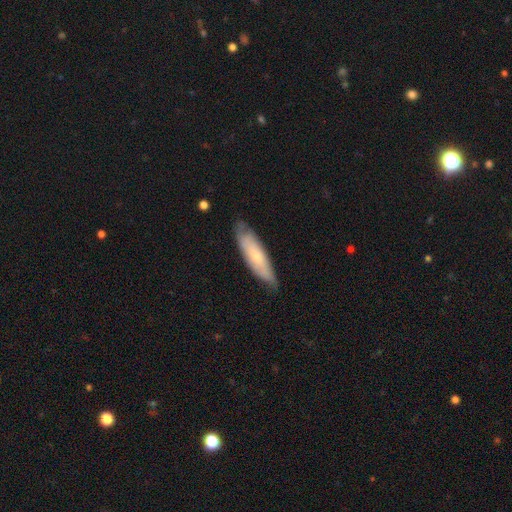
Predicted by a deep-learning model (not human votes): Morphology: type=smooth (60%); roundness=cigar-shaped (63%); merging=none (72%).